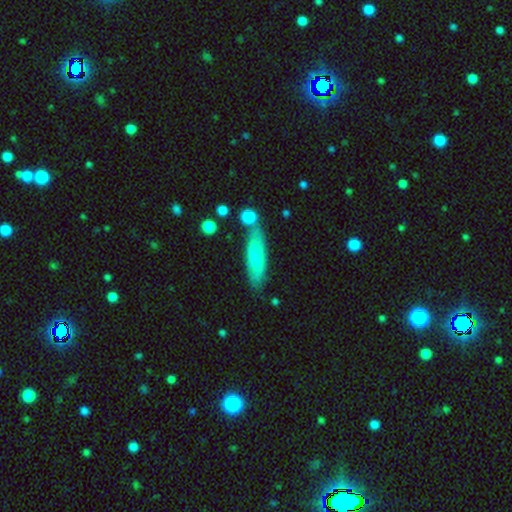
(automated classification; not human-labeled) Smooth or featured? smooth (70%)
How rounded? cigar-shaped (65%)
Merging? none (74%)